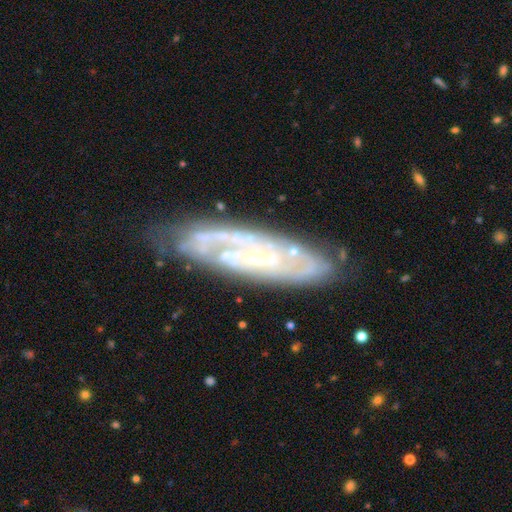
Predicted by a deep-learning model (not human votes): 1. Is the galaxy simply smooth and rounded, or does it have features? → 84% featured or disk, 10% smooth, 6% star or artifact.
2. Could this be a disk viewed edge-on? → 82% no, 18% yes.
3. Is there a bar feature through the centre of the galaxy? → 52% no, 36% weak, 13% strong.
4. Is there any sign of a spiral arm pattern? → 90% yes, 10% no.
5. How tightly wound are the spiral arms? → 59% tight, 32% medium, 9% loose.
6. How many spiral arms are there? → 41% can't tell, 35% 2, 11% 3, 6% 1, 4% 4, 4% more than 4.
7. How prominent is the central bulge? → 64% small, 28% moderate, 5% none, 2% large, 1% dominant.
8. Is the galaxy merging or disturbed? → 73% none, 18% minor disturbance, 6% major disturbance, 3% merger.